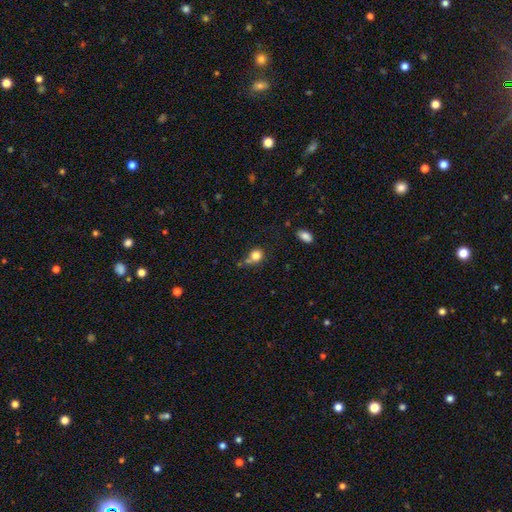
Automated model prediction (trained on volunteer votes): This is clearly a smooth galaxy (80%). How rounded: likely round (76%). Merging: possibly none (49%).